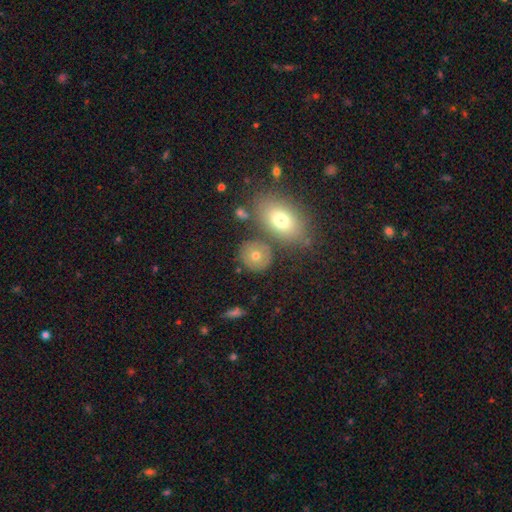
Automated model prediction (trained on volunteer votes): This is likely a smooth galaxy (67%). How rounded: likely round (77%). Merging: likely none (74%).